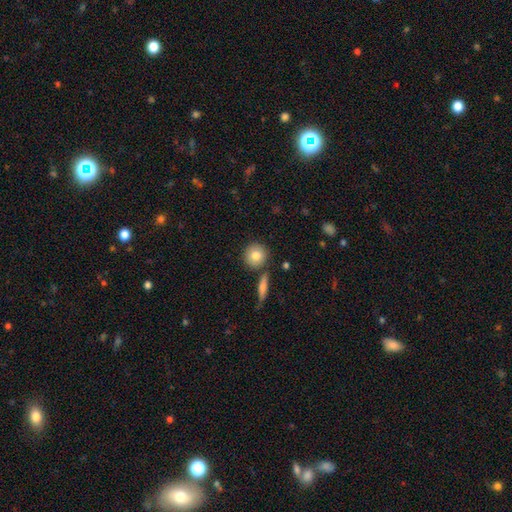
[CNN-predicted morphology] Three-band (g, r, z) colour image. It shows a smooth galaxy with no disk features (79%) that is round (90%). Merging: none (80%).